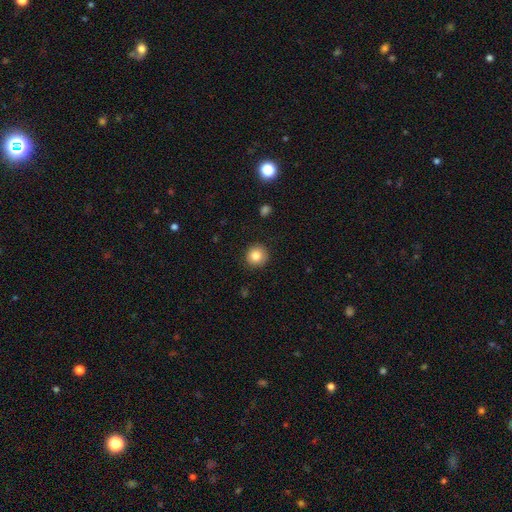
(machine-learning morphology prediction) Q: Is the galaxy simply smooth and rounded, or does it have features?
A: smooth — 83%.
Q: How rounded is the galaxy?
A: round — 94%.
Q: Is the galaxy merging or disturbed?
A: none — 90%.